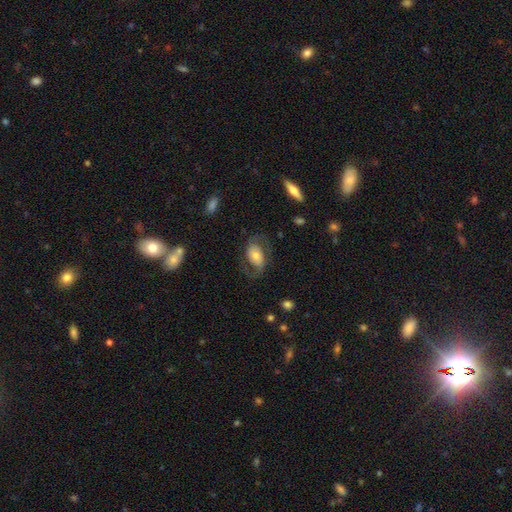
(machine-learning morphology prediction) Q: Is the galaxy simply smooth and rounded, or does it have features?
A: featured or disk — 59%.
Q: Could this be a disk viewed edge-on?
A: no — 95%.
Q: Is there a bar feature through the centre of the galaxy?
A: no — 48%.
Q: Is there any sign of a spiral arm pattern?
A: yes — 81%.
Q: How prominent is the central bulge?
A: moderate — 51%.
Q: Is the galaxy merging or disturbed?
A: none — 65%.